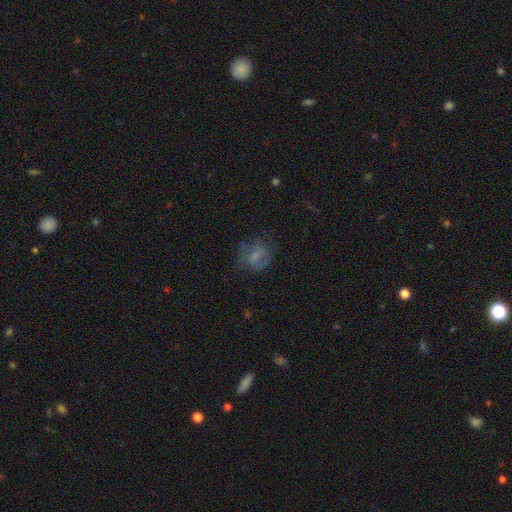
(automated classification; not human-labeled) Smooth or featured? smooth (50%)
Merging? none (57%)